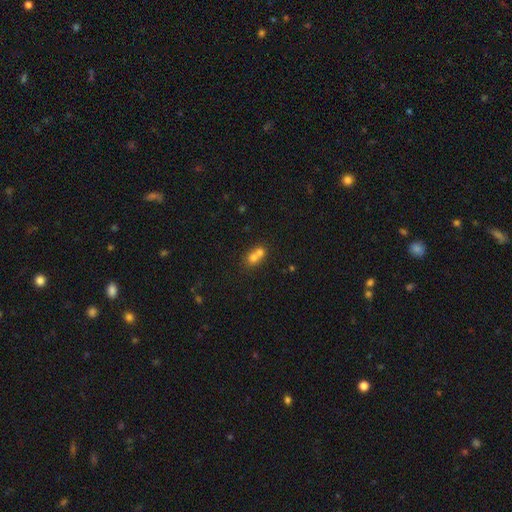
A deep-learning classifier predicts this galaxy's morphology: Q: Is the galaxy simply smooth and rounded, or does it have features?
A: smooth — 69%.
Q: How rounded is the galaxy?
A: round — 67%.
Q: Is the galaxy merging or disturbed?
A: merger — 69%.